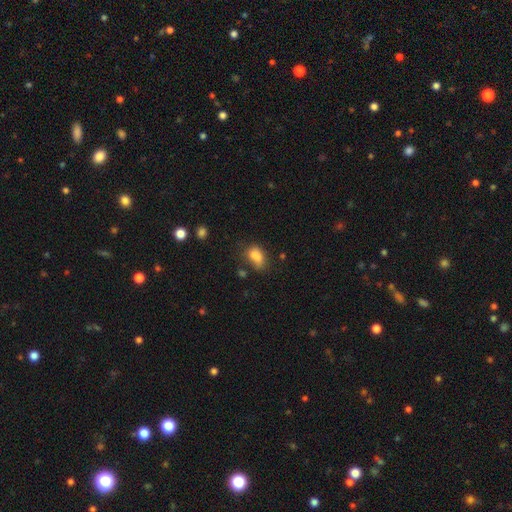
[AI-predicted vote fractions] A smooth galaxy with no disk features (80%) that is in between round and cigar-shaped (82%). Merging: none (42%).